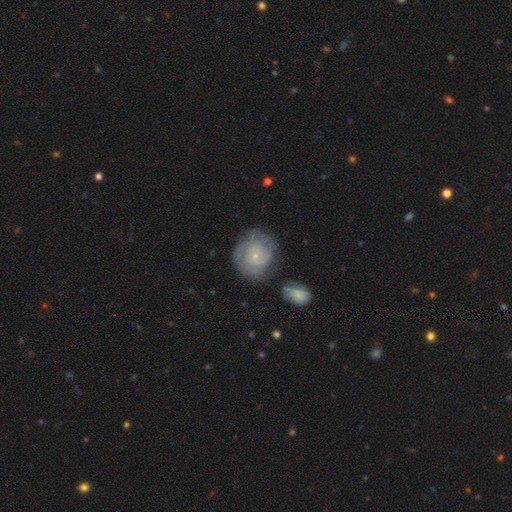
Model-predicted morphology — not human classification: type=featured or disk (71%); edge-on=no (98%); bar=no (78%); spiral arms=yes (88%); winding=tight (69%); arm count=can't tell (41%); bulge=small (85%); merging=none (63%).